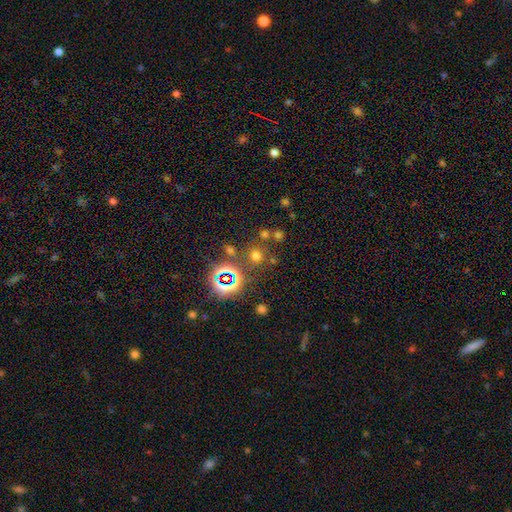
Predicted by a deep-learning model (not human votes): smooth_or_featured: smooth (p=0.56) [alt: star or artifact p=0.36]
how_rounded: round (p=0.89) [alt: in between p=0.10]
merging: none (p=0.76) [alt: merger p=0.11]